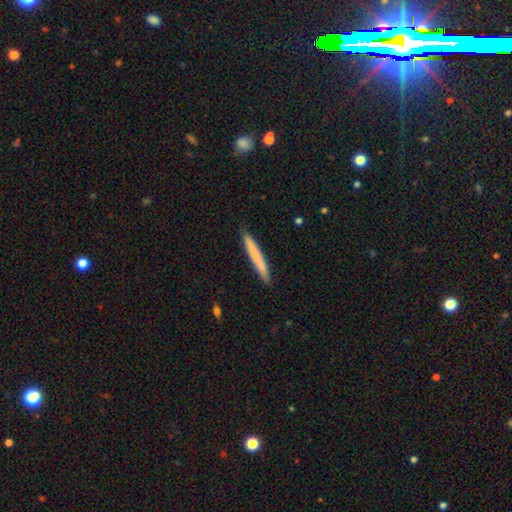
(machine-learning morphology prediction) A smooth galaxy with no disk features (71%) that is cigar-shaped (97%). Merging: none (91%).